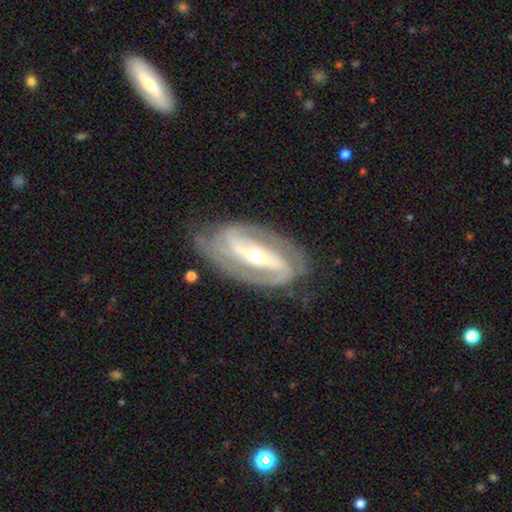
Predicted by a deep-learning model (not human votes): A featured or disk galaxy (90%) with a strong bar (63%), 2 (85%) tight (52%) spiral arms (96%) and a small central bulge (50%).

Vote fractions:
- Smooth or featured? featured or disk: 90% / smooth: 6% / star or artifact: 4%
- Edge-on disk? no: 94% / yes: 6%
- Bar? strong: 63% / weak: 22% / no: 15%
- Spiral arms? yes: 96% / no: 4%
- Spiral winding? tight: 52% / medium: 38% / loose: 10%
- Spiral arm count? 2: 85% / can't tell: 6% / 3: 4% / 1: 2% / 4: 1% / more than 4: 1%
- Bulge size? small: 50% / moderate: 46% / large: 2% / dominant: 1% / none: 1%
- Merging? none: 76% / minor disturbance: 16% / major disturbance: 7% / merger: 1%